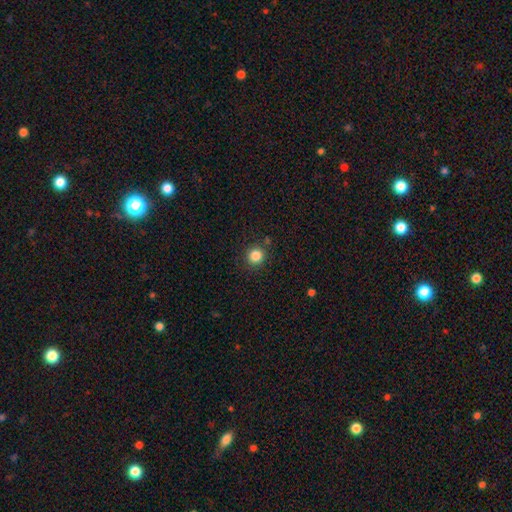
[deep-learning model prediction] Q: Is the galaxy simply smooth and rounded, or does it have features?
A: smooth — 84%.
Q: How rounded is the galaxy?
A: round — 91%.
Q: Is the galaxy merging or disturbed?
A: none — 86%.